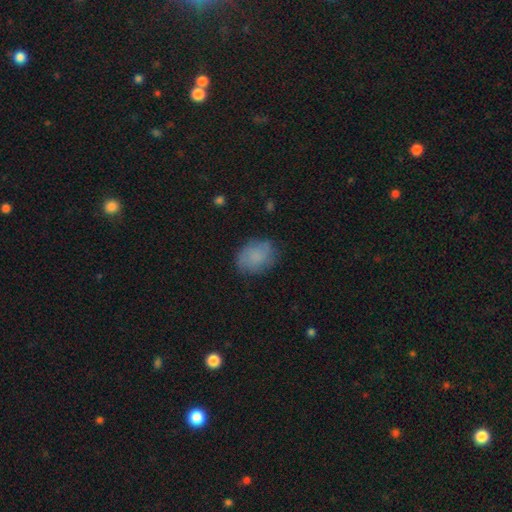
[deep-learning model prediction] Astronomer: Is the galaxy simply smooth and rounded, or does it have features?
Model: smooth — 76%.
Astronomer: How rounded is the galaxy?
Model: in between — 62%.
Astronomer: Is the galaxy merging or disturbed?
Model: none — 75%.